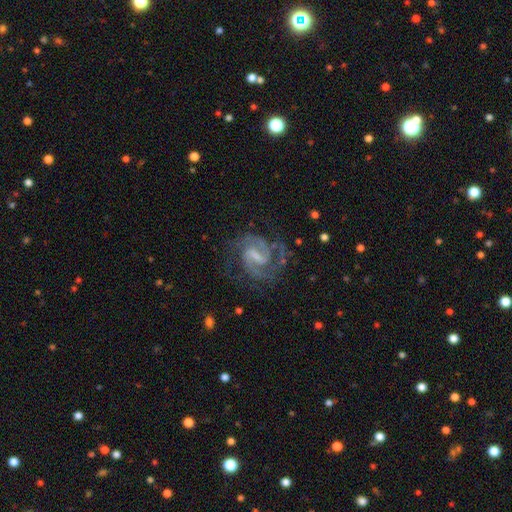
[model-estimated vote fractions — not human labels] smooth_or_featured: featured or disk (p=0.92) [alt: star or artifact p=0.04]
disk_edge_on: no (p=0.98) [alt: yes p=0.02]
bar: weak (p=0.51) [alt: strong p=0.39]
has_spiral_arms: yes (p=0.98) [alt: no p=0.02]
spiral_winding: medium (p=0.57) [alt: tight p=0.34]
spiral_arm_count: 2 (p=0.87) [alt: 3 p=0.06]
bulge_size: small (p=0.41) [alt: none p=0.32]
merging: none (p=0.72) [alt: minor disturbance p=0.17]